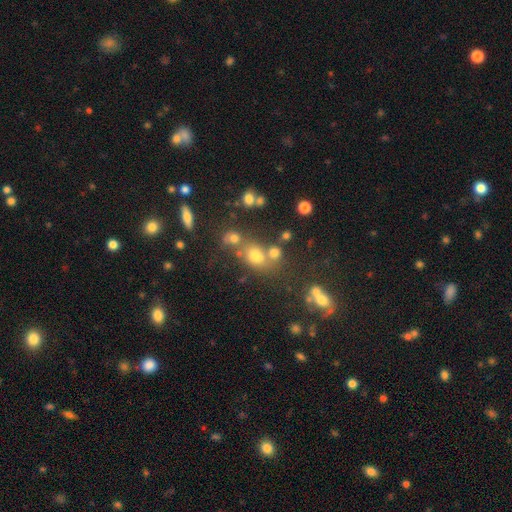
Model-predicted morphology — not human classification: This appears to be a smooth galaxy with no disk features (60%) that is round (65%). Merging: none (53%).